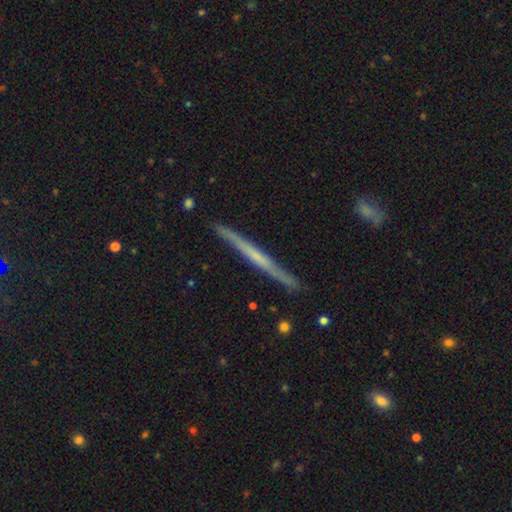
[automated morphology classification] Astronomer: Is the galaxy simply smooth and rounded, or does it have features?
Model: featured or disk — 66%.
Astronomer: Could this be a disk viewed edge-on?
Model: yes — 97%.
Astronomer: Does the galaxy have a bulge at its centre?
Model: none — 72%.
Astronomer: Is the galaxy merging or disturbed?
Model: none — 90%.